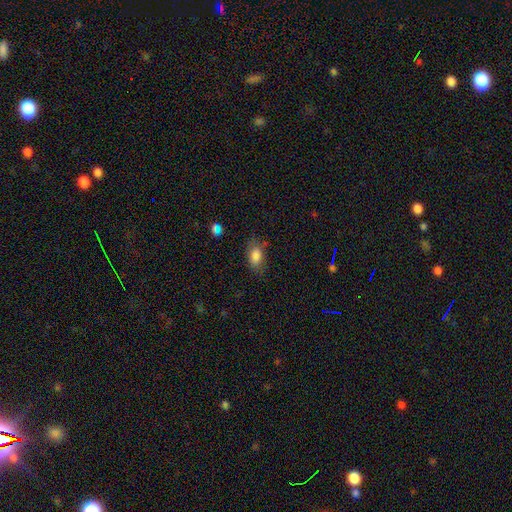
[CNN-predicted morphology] Smooth or featured?
  - smooth: 83% *
  - featured or disk: 9%
  - star or artifact: 9%
How rounded?
  - in between: 88% *
  - round: 9%
  - cigar-shaped: 3%
Merging?
  - none: 70% *
  - minor disturbance: 21%
  - major disturbance: 7%
  - merger: 2%